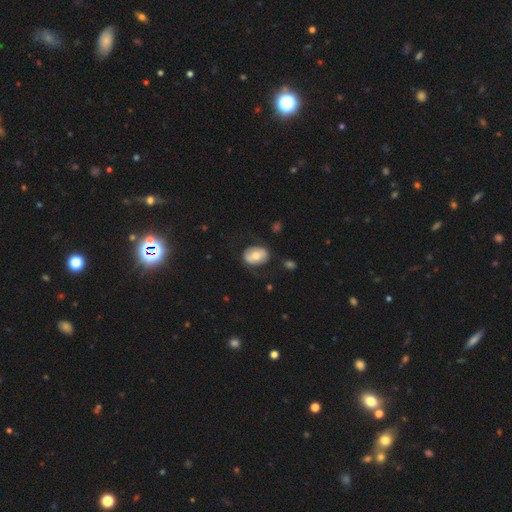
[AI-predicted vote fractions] Smooth or featured? Predicted: smooth (p=0.58). How rounded? Predicted: in between (p=0.73). Merging? Predicted: none (p=0.73).